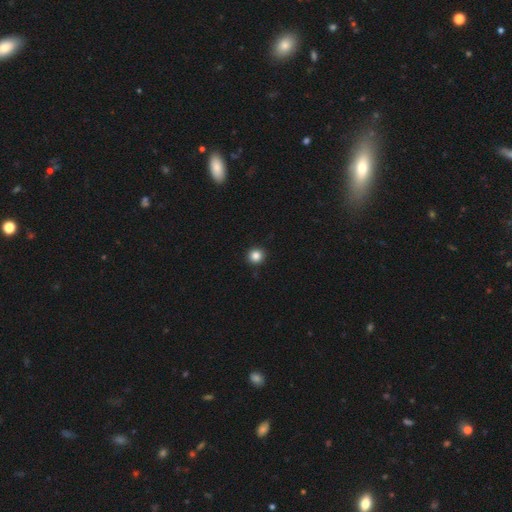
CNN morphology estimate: Smooth or featured: smooth — 85% (star or artifact — 12%)
How rounded: round — 95% (in between — 4%)
Merging: none — 93% (minor disturbance — 5%)